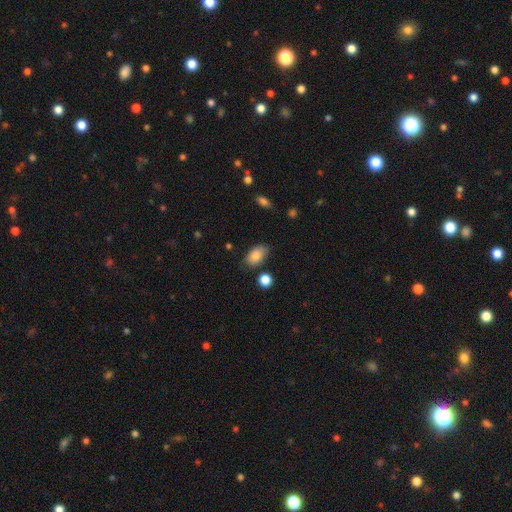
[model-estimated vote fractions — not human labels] Smooth or featured? Predicted: smooth (p=0.85). How rounded? Predicted: in between (p=0.91). Merging? Predicted: none (p=0.76).